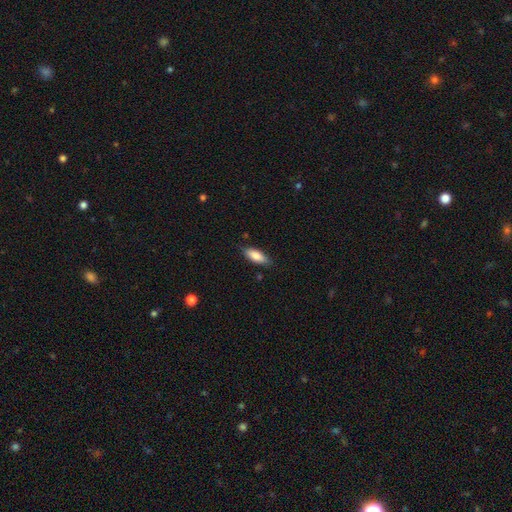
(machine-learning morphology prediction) Q: Smooth or featured?
A: smooth (83%); runner-up: featured or disk (10%)
Q: How rounded?
A: in between (75%); runner-up: cigar-shaped (23%)
Q: Merging?
A: none (81%); runner-up: minor disturbance (15%)